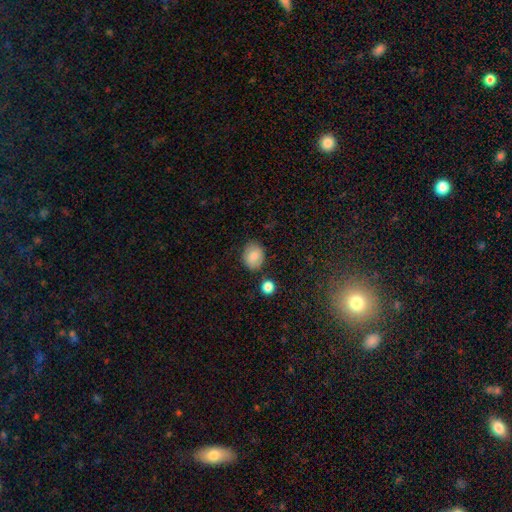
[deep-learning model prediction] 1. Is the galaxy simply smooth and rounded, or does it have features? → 82% smooth, 10% featured or disk, 8% star or artifact.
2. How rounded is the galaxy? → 50% in between, 49% round, 1% cigar-shaped.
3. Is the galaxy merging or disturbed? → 81% none, 13% minor disturbance, 3% merger, 3% major disturbance.